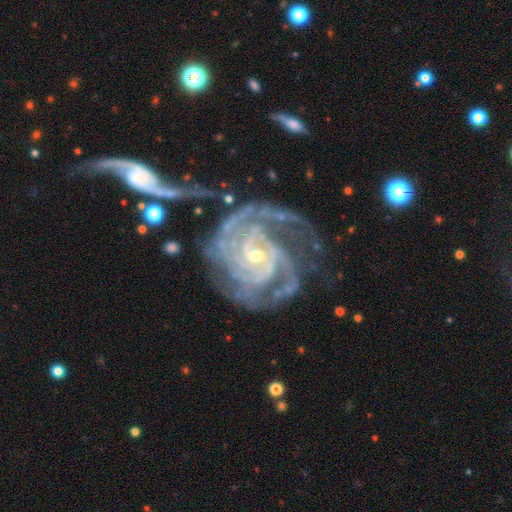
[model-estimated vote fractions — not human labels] The model was most divided on "spiral arm count": 3: 30%, 4: 23%, 2: 16%, can't tell: 14%, more than 4: 9%, 1: 8%. More confident: spiral arms — yes (99%); edge-on disk — no (98%); smooth or featured — featured or disk (93%); bulge size — small (71%); spiral winding — tight (68%); bar — no (52%); merging — none (52%).